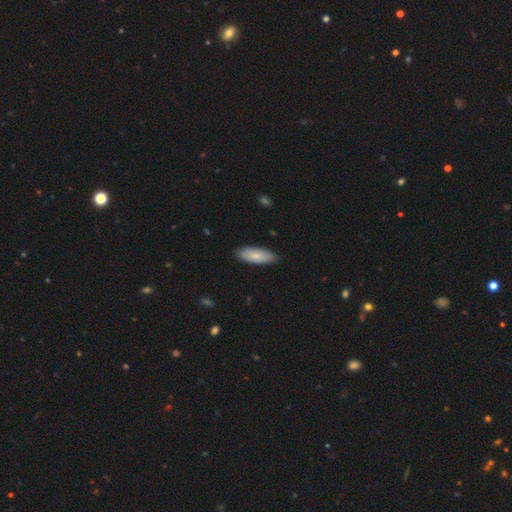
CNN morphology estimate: This is clearly a smooth galaxy (84%). How rounded: likely in between (67%). Merging: clearly none (88%).